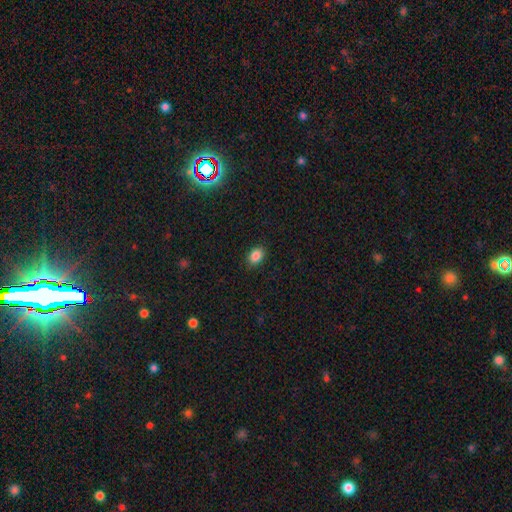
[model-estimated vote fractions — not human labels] Q: Smooth or featured?
A: smooth (86%); runner-up: star or artifact (10%)
Q: How rounded?
A: in between (73%); runner-up: round (26%)
Q: Merging?
A: none (88%); runner-up: minor disturbance (9%)